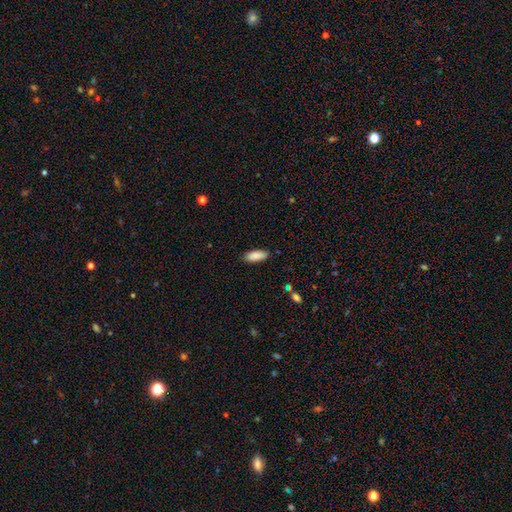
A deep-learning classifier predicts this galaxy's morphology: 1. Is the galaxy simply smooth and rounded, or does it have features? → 89% smooth, 6% star or artifact, 4% featured or disk.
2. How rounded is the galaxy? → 78% in between, 20% cigar-shaped, 2% round.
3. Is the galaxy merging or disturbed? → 87% none, 10% minor disturbance, 2% major disturbance, 1% merger.